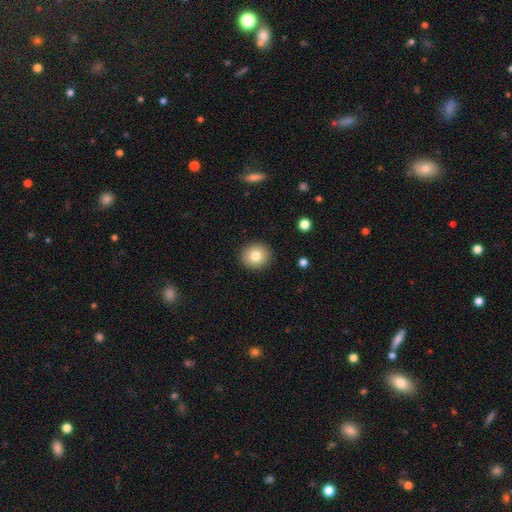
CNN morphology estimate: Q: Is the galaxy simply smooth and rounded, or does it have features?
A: smooth — 80%.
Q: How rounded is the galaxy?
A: round — 89%.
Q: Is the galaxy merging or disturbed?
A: none — 91%.